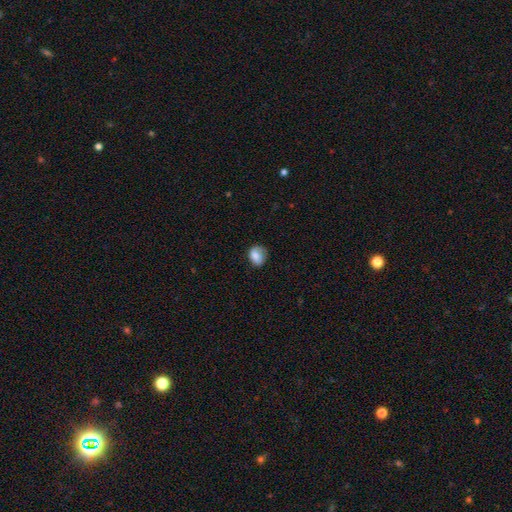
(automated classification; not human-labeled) Smooth or featured: smooth — 79% (featured or disk — 13%)
How rounded: round — 51% (in between — 48%)
Merging: none — 63% (minor disturbance — 27%)